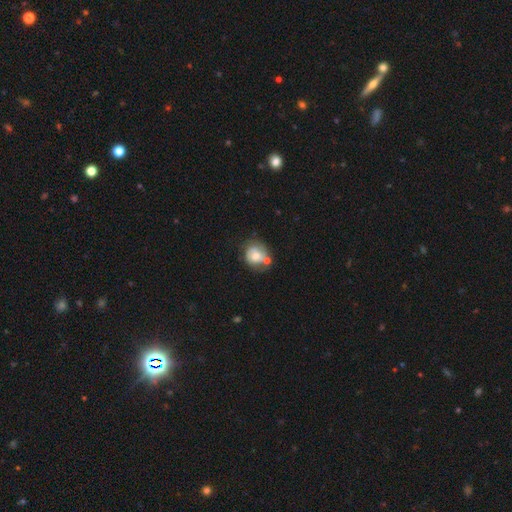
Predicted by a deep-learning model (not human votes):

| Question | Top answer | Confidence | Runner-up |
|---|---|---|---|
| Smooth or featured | smooth | 49% | featured or disk (43%) |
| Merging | none | 46% | minor disturbance (24%) |